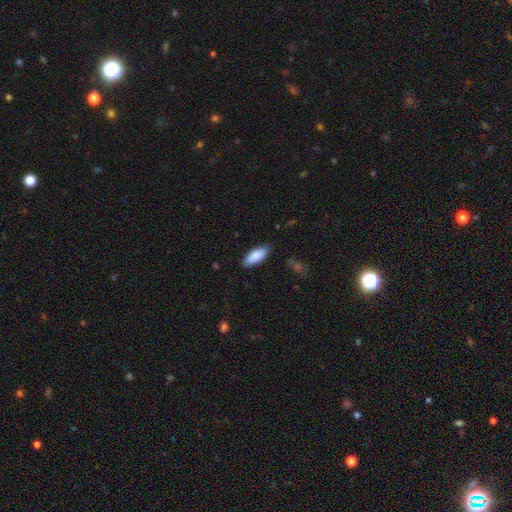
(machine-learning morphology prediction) smooth-or-featured: smooth: 87% | featured or disk: 7% | star or artifact: 6%
  how-rounded: in between: 77% | cigar-shaped: 21% | round: 2%
  merging: none: 84% | minor disturbance: 13% | major disturbance: 2% | merger: 1%